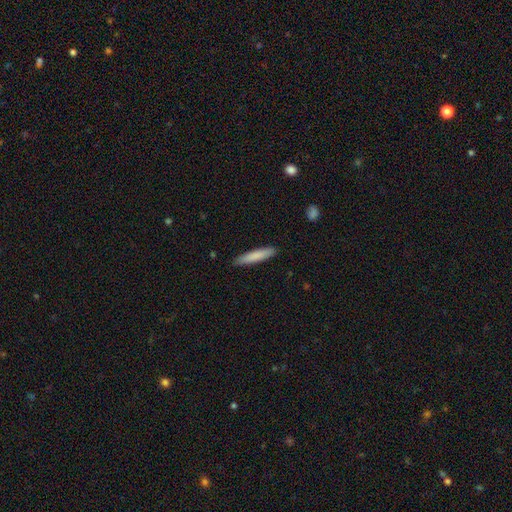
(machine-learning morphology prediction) smooth_or_featured: smooth (p=0.82) [alt: featured or disk p=0.13]
how_rounded: cigar-shaped (p=0.90) [alt: in between p=0.09]
merging: none (p=0.89) [alt: minor disturbance p=0.09]